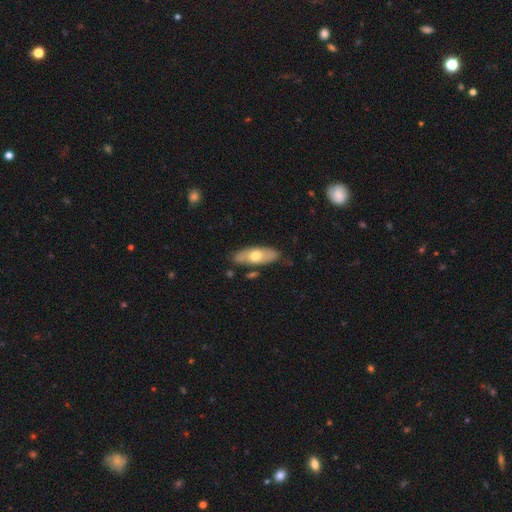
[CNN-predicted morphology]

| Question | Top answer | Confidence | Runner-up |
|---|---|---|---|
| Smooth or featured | smooth | 54% | featured or disk (41%) |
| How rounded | in between | 76% | cigar-shaped (21%) |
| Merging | none | 80% | minor disturbance (14%) |